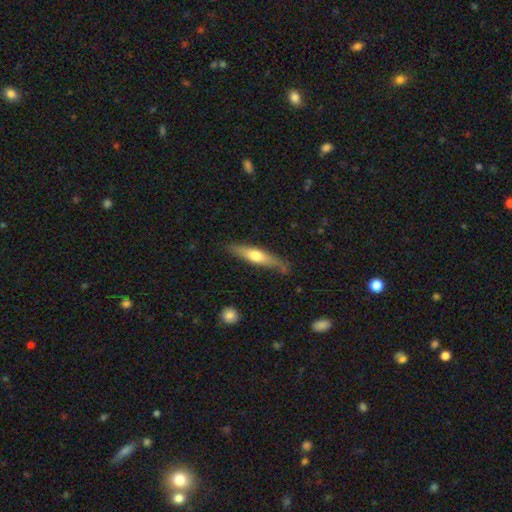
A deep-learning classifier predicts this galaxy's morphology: Q: Smooth or featured?
A: smooth (49%); runner-up: featured or disk (46%)
Q: Merging?
A: none (77%); runner-up: minor disturbance (17%)